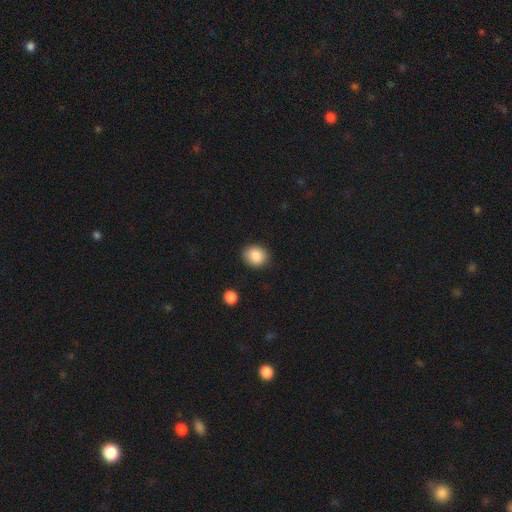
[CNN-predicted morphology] The model was most divided on "how rounded": round: 66%, in between: 33%, cigar-shaped: 1%. More confident: smooth or featured — smooth (88%); merging — none (86%).